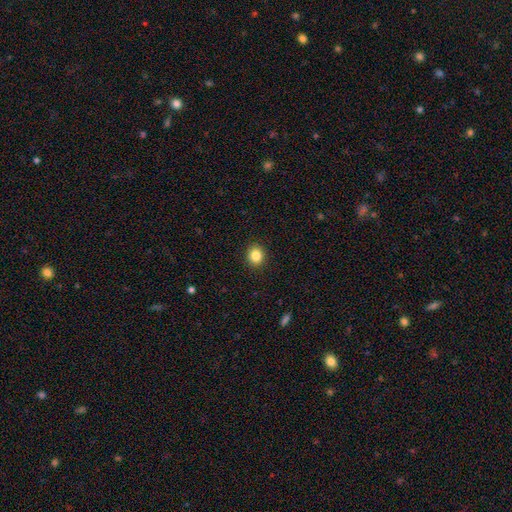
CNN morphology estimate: Smooth or featured? Predicted: smooth (p=0.85). How rounded? Predicted: round (p=0.77). Merging? Predicted: none (p=0.92).